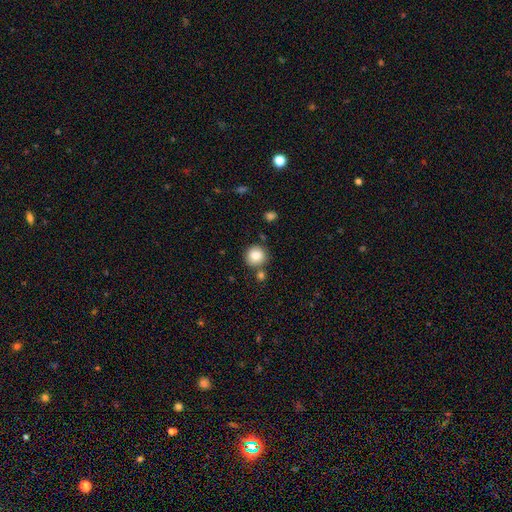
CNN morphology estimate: A smooth galaxy with no disk features (84%) that is round (93%). Merging: none (79%).